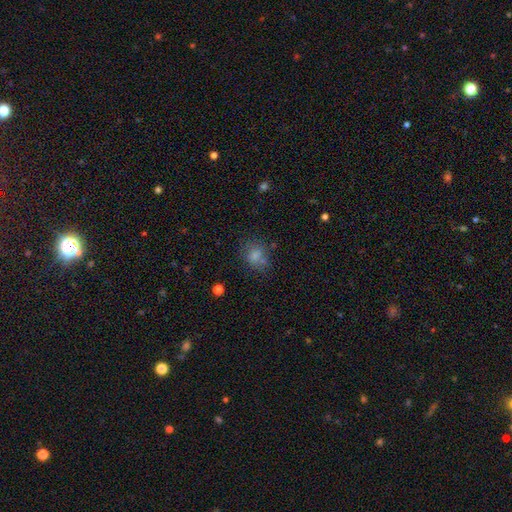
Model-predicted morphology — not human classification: A smooth galaxy with no disk features (73%) that is round (58%).

Vote fractions:
- Smooth or featured? smooth: 73% / star or artifact: 13% / featured or disk: 13%
- How rounded? round: 58% / in between: 41% / cigar-shaped: 1%
- Merging? none: 58% / minor disturbance: 19% / merger: 13% / major disturbance: 10%